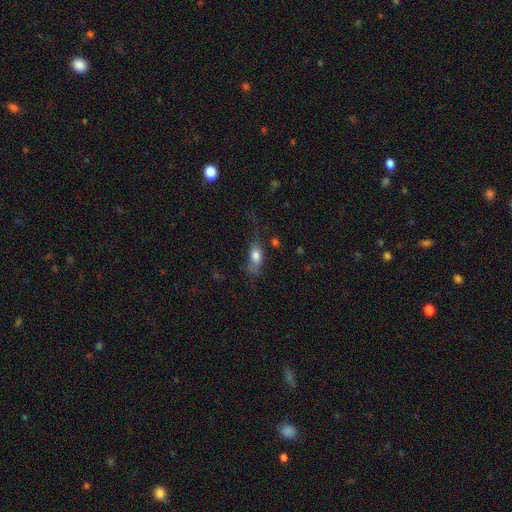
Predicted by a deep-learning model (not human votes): Morphology: type=smooth (76%); roundness=in between (78%); merging=none (41%).